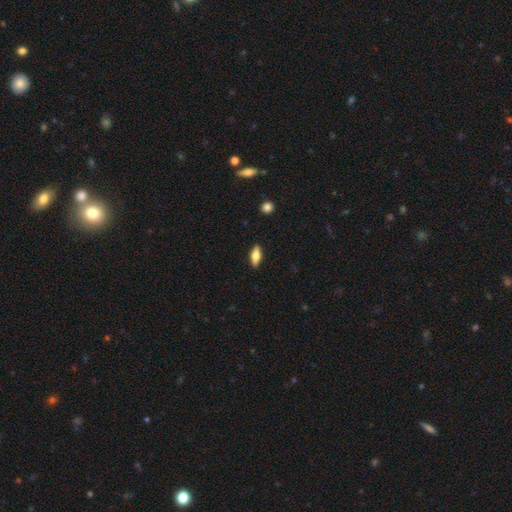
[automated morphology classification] This appears to be a smooth galaxy with no disk features (61%) that is in between round and cigar-shaped (73%). Merging: none (88%).